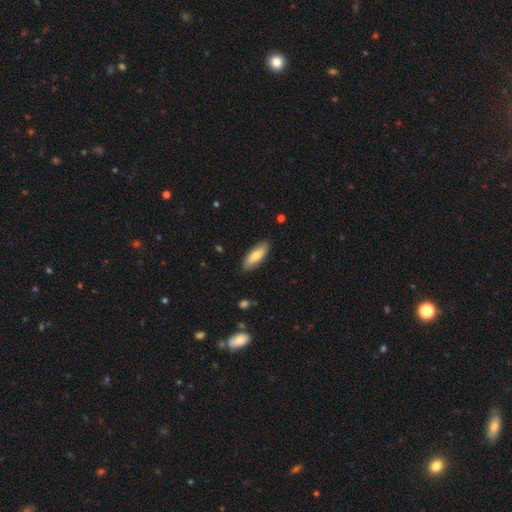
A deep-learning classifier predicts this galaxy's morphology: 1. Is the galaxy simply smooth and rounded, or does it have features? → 74% smooth, 20% featured or disk, 5% star or artifact.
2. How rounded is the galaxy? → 66% in between, 32% cigar-shaped, 2% round.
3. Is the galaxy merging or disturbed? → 87% none, 10% minor disturbance, 2% major disturbance, 1% merger.